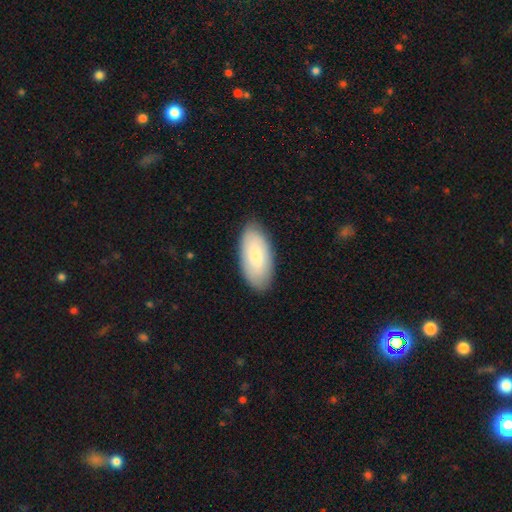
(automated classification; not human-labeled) Smooth or featured?
  - smooth: 77% *
  - featured or disk: 17%
  - star or artifact: 6%
How rounded?
  - in between: 93% *
  - cigar-shaped: 5%
  - round: 2%
Merging?
  - none: 85% *
  - minor disturbance: 12%
  - major disturbance: 2%
  - merger: 1%